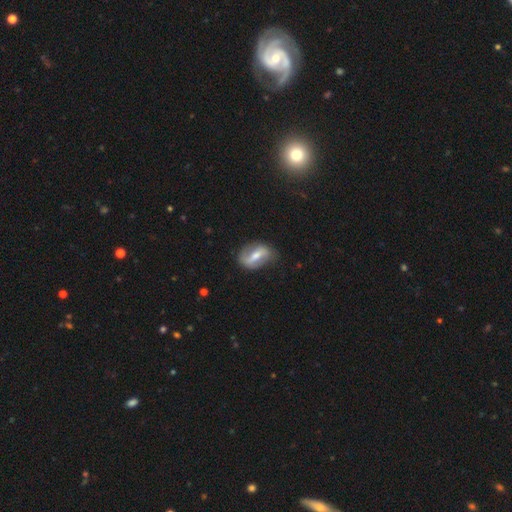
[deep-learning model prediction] Smooth or featured? featured or disk (61%)
Edge-on disk? no (91%)
Bar? strong (53%)
Spiral arms? yes (67%)
Bulge size? moderate (56%)
Merging? none (71%)